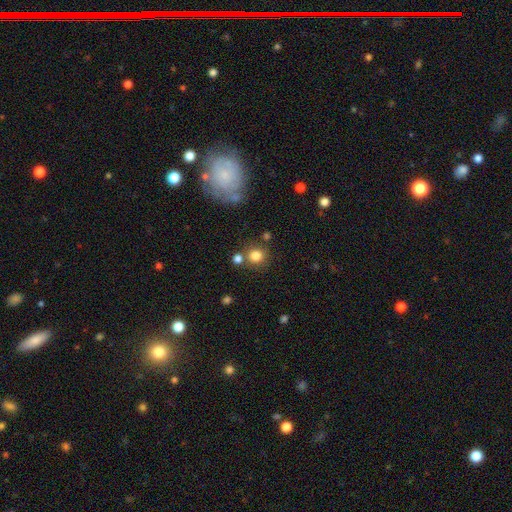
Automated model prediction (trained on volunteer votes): smooth_or_featured: smooth (p=0.81) [alt: star or artifact p=0.12]
how_rounded: round (p=0.89) [alt: in between p=0.10]
merging: none (p=0.75) [alt: merger p=0.12]